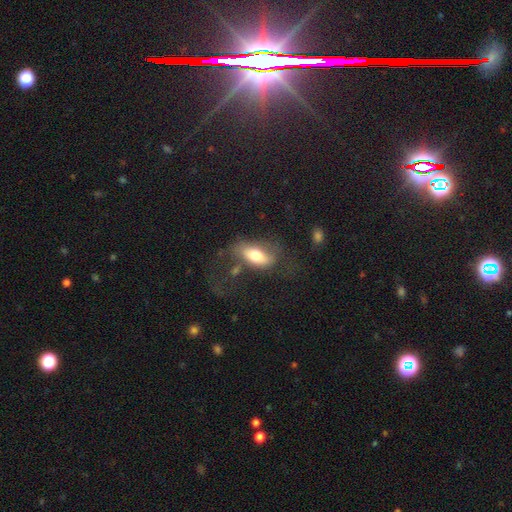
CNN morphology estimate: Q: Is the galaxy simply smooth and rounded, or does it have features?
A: smooth — 68%.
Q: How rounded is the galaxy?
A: in between — 84%.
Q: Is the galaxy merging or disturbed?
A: none — 47%.